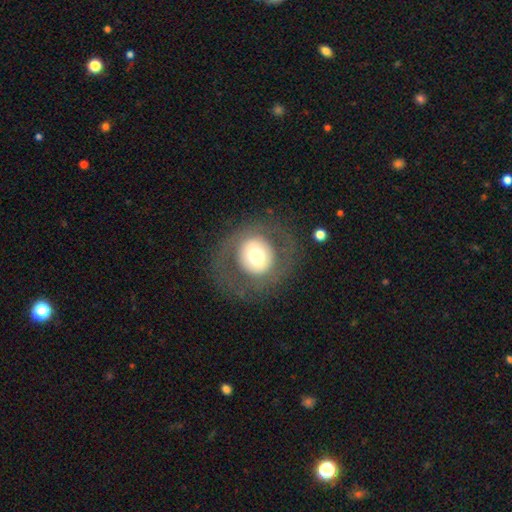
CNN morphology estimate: Smooth or featured: smooth — 52% (featured or disk — 40%)
How rounded: round — 91% (in between — 8%)
Merging: none — 78% (major disturbance — 11%)